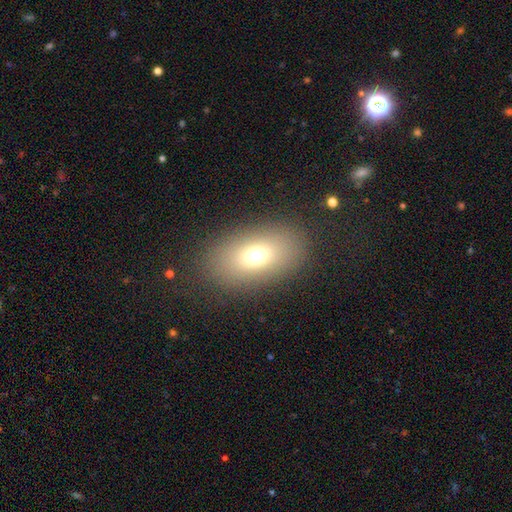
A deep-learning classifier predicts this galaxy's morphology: This appears to be a smooth galaxy with no disk features (71%) that is in between round and cigar-shaped (85%). Merging: none (84%).